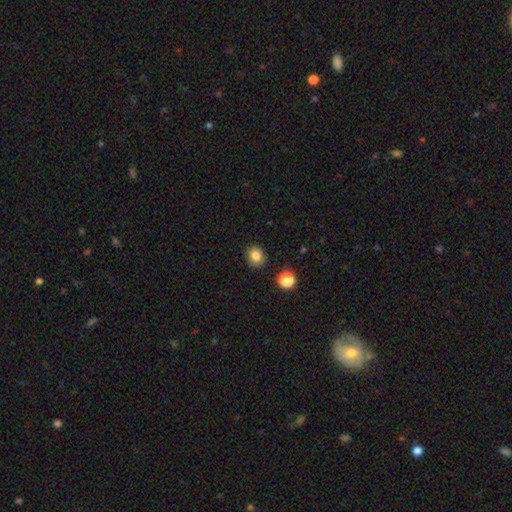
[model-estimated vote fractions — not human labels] This appears to be a smooth galaxy with no disk features (83%) that is round (76%). Merging: none (88%).